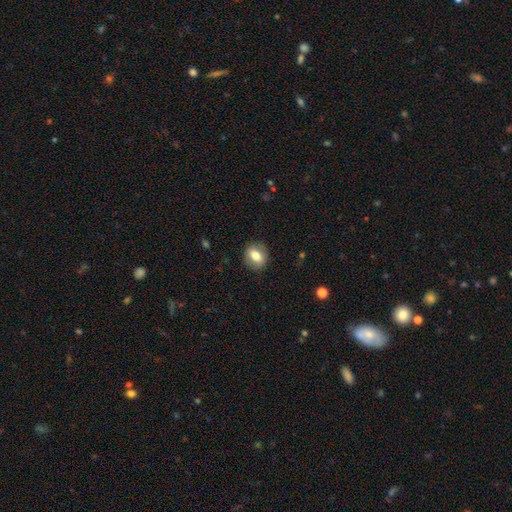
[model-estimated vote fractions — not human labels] Smooth or featured: smooth — 74% (featured or disk — 18%)
How rounded: round — 54% (in between — 44%)
Merging: none — 86% (minor disturbance — 10%)